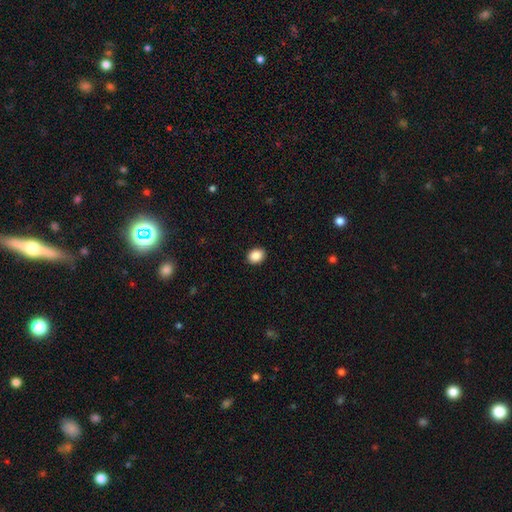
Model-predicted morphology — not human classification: smooth-or-featured: smooth: 88% | star or artifact: 8% | featured or disk: 4%
  how-rounded: round: 50% | in between: 49% | cigar-shaped: 1%
  merging: none: 91% | minor disturbance: 6% | major disturbance: 2% | merger: 1%